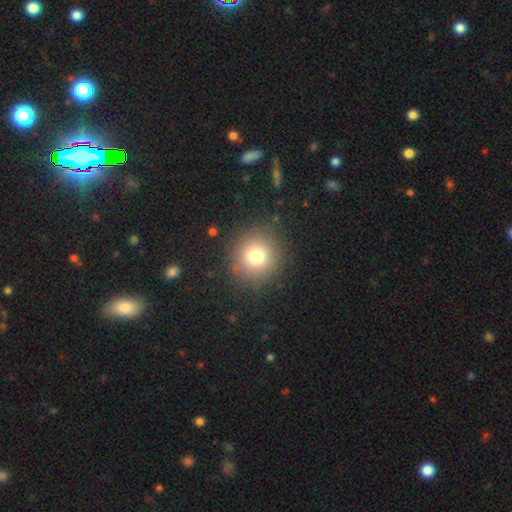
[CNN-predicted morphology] Smooth or featured? Predicted: smooth (p=0.75). How rounded? Predicted: round (p=0.92). Merging? Predicted: none (p=0.87).